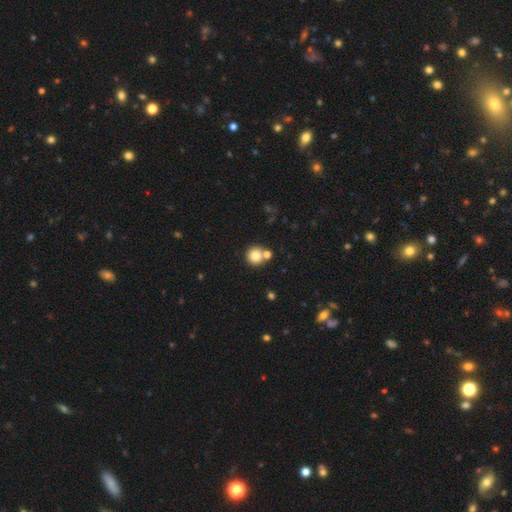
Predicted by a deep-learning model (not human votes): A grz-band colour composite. It shows a smooth galaxy with no disk features (79%) that is round (93%). Merging: none (67%).